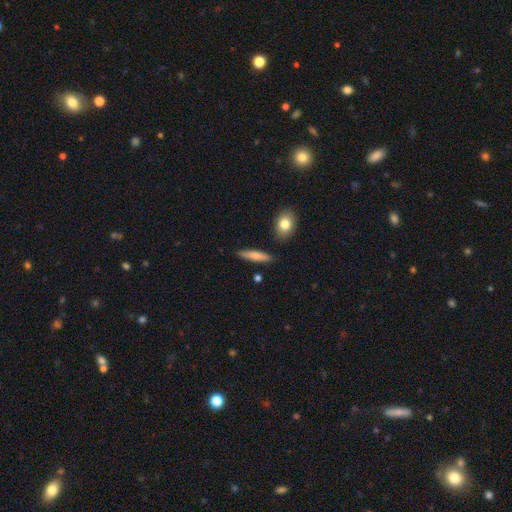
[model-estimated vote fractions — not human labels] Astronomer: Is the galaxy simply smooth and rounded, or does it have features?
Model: smooth — 71%.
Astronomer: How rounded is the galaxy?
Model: cigar-shaped — 79%.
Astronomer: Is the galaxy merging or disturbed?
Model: none — 87%.